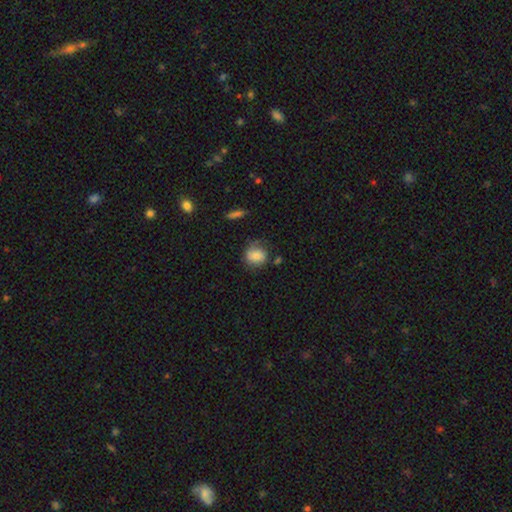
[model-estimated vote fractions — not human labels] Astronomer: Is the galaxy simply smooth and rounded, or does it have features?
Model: smooth — 73%.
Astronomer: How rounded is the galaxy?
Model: round — 69%.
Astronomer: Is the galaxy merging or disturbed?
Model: none — 62%.